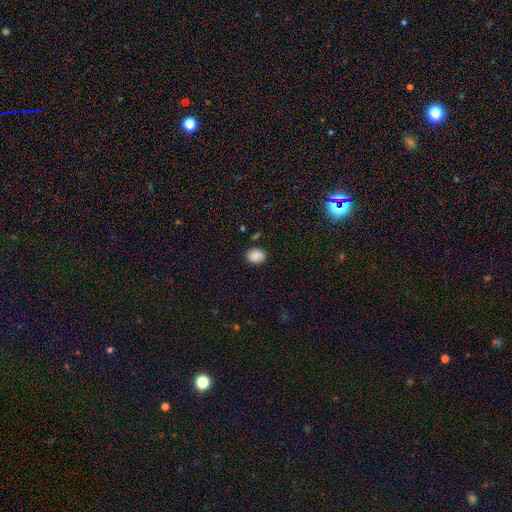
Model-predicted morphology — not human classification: Smooth or featured? smooth (87%)
How rounded? round (55%)
Merging? none (84%)